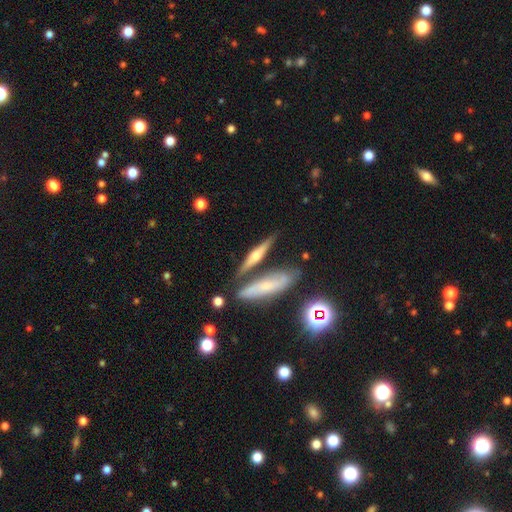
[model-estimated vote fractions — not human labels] Smooth or featured? Predicted: featured or disk (p=0.60). Edge-on disk? Predicted: yes (p=0.92). Edge-on bulge? Predicted: rounded (p=0.87). Merging? Predicted: none (p=0.65).